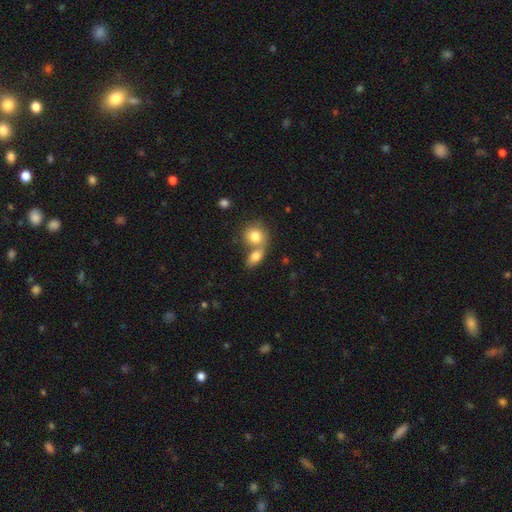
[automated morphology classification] A smooth galaxy with no disk features (80%) that is in between round and cigar-shaped (70%). Merging: merger (60%).